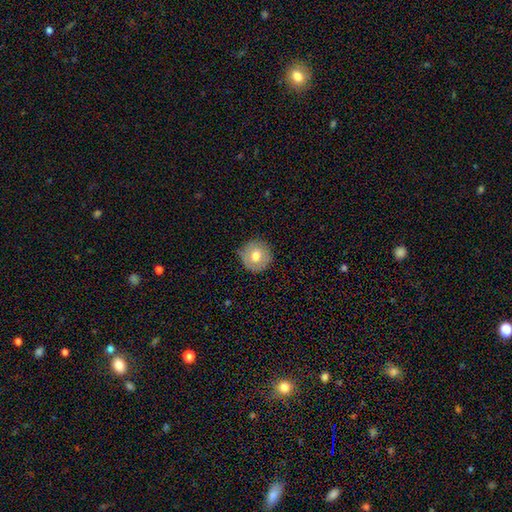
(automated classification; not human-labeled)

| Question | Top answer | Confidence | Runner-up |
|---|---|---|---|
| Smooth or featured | smooth | 73% | featured or disk (19%) |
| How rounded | round | 95% | in between (4%) |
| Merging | none | 83% | minor disturbance (13%) |